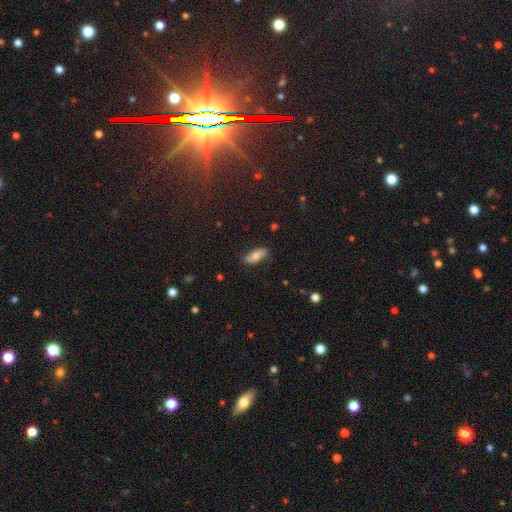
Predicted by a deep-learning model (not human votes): Smooth or featured: smooth — 68% (featured or disk — 22%)
How rounded: in between — 81% (cigar-shaped — 16%)
Merging: none — 82% (minor disturbance — 14%)